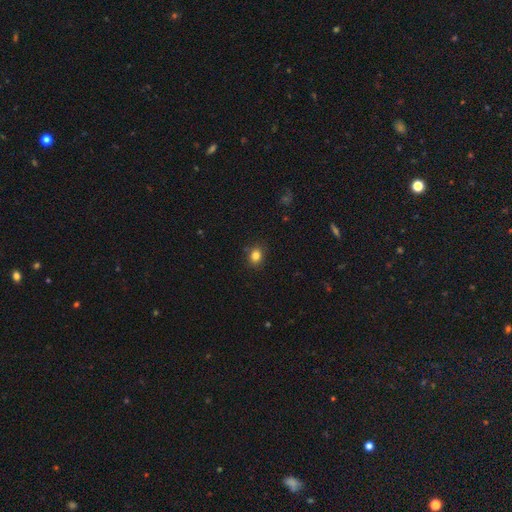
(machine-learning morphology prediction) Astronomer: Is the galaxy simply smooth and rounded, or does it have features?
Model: smooth — 83%.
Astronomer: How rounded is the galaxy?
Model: in between — 50% (runner-up: round, 49%).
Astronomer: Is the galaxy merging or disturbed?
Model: none — 85%.